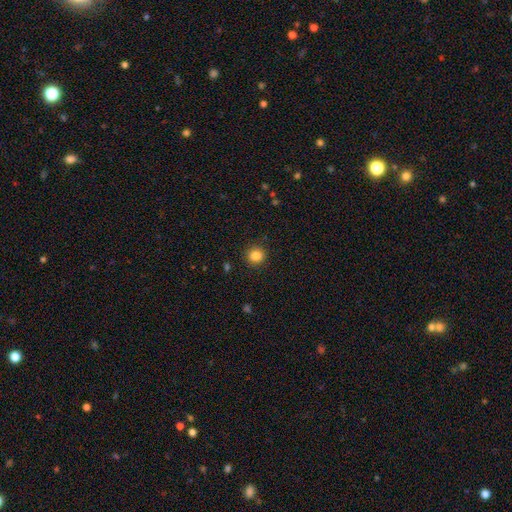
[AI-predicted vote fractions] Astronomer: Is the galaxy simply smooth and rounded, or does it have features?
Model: smooth — 85%.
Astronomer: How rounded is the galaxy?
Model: round — 92%.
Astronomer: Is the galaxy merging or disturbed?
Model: none — 91%.